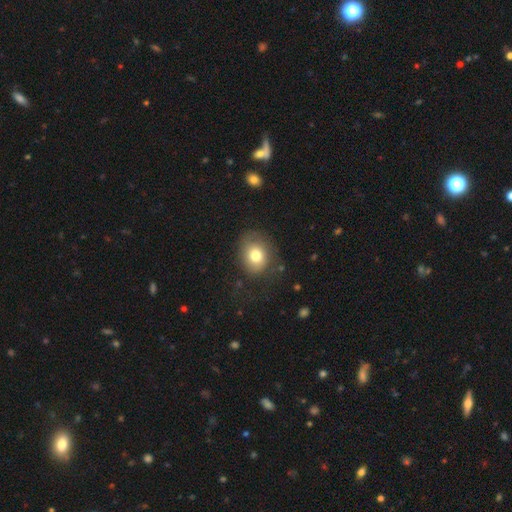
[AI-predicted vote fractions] Smooth or featured: smooth — 76% (featured or disk — 15%)
How rounded: round — 50% (in between — 49%)
Merging: none — 67% (minor disturbance — 20%)